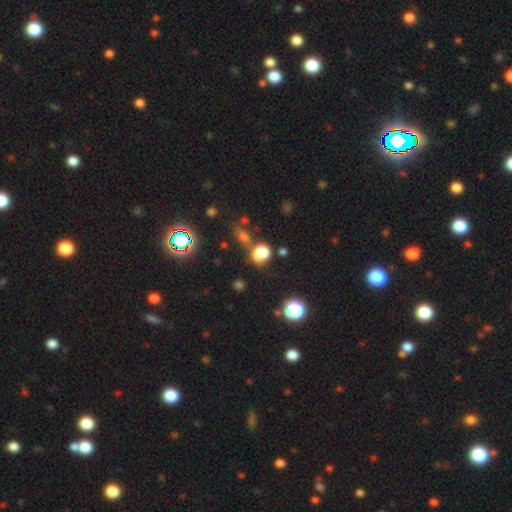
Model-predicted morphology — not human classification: The model was most divided on "smooth or featured": star or artifact: 59%, smooth: 32%, featured or disk: 9%.